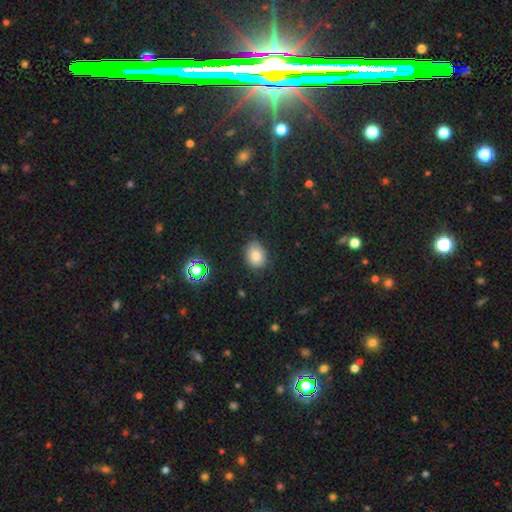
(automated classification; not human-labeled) Overall: smooth (79%). How rounded: in between (67%; round 32%). Merging: none (78%).